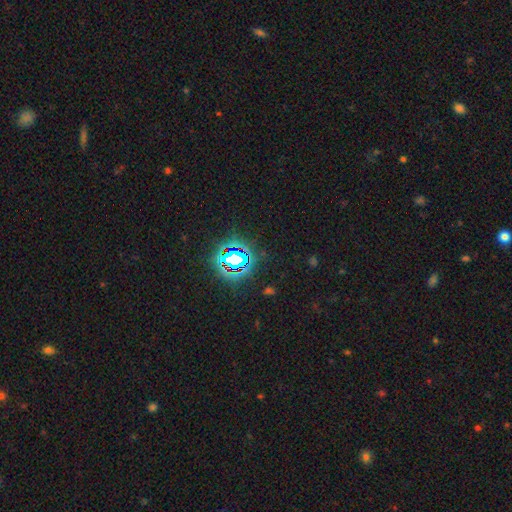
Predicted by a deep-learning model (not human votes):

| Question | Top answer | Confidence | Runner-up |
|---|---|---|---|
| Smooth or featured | star or artifact | 80% | smooth (13%) |